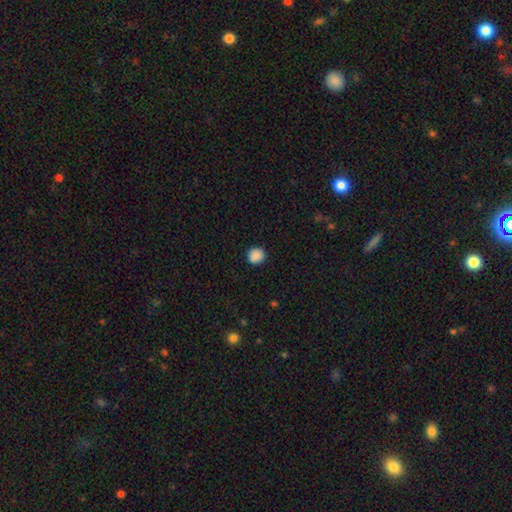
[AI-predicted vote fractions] The model was most divided on "merging": none: 86%, minor disturbance: 10%, major disturbance: 2%, merger: 2%. More confident: how rounded — round (91%); smooth or featured — smooth (87%).